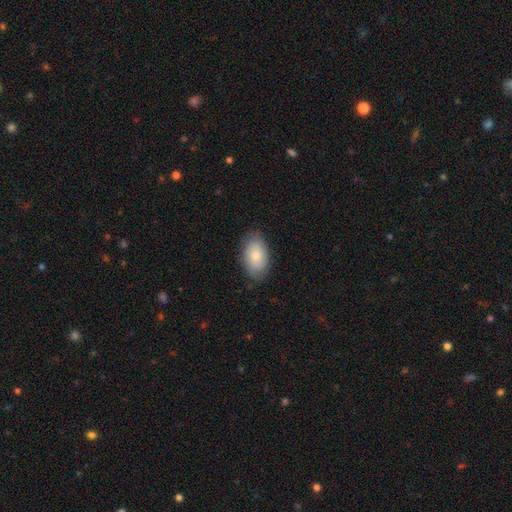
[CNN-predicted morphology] This appears to be a smooth galaxy with no disk features (79%) that is in between round and cigar-shaped (93%). Merging: none (82%).